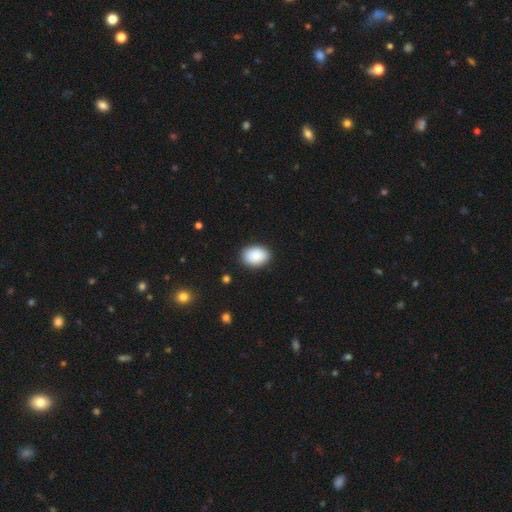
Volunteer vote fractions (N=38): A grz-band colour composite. It shows a smooth galaxy with no disk features (95%) that is in between round and cigar-shaped (83%). Merging: none (97%).